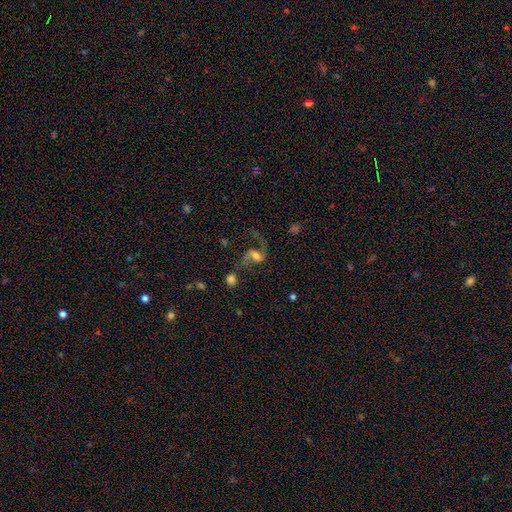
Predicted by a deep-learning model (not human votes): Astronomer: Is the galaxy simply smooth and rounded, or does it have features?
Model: featured or disk — 79%.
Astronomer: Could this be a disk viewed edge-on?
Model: no — 97%.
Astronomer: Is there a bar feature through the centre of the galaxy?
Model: weak — 45% (runner-up: no, 37%).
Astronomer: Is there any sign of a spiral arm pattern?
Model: yes — 94%.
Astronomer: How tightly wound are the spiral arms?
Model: loose — 75%.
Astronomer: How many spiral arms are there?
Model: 2 — 87%.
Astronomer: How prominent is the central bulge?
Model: moderate — 54%.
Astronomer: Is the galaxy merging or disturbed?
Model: none — 51%.